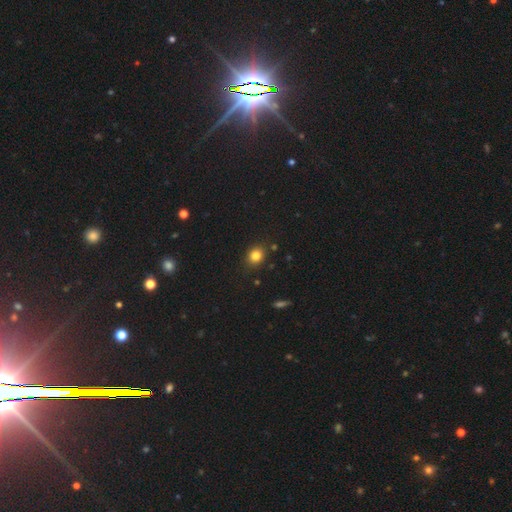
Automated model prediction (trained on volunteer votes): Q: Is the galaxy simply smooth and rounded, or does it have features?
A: smooth — 83%.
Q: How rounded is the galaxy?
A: round — 68%.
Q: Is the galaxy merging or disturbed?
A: none — 85%.